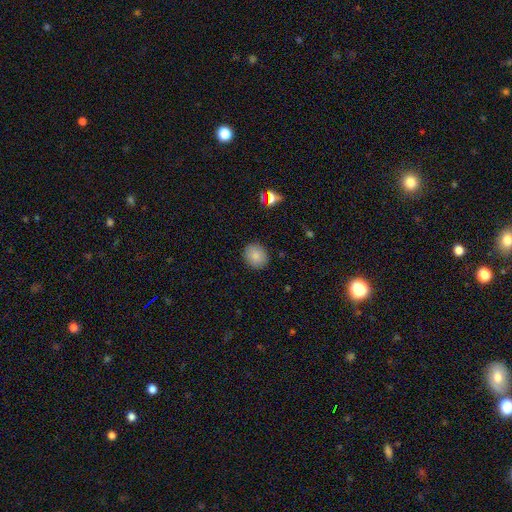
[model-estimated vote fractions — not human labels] smooth_or_featured: smooth (p=0.84) [alt: star or artifact p=0.10]
how_rounded: round (p=0.69) [alt: in between p=0.30]
merging: none (p=0.90) [alt: minor disturbance p=0.07]